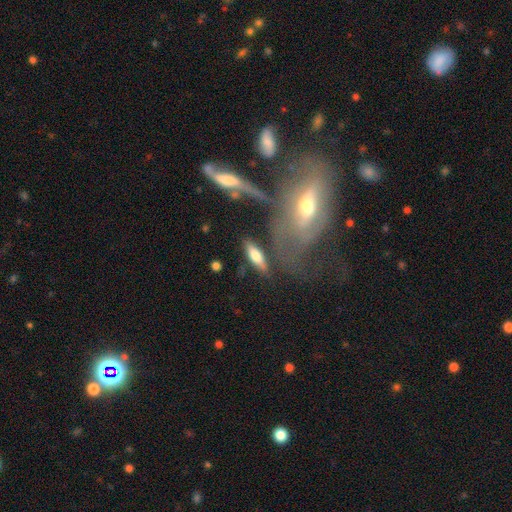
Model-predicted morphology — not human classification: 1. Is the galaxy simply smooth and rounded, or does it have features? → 63% smooth, 30% featured or disk, 7% star or artifact.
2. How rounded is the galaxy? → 56% in between, 41% cigar-shaped, 3% round.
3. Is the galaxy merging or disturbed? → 71% none, 14% minor disturbance, 8% merger, 7% major disturbance.